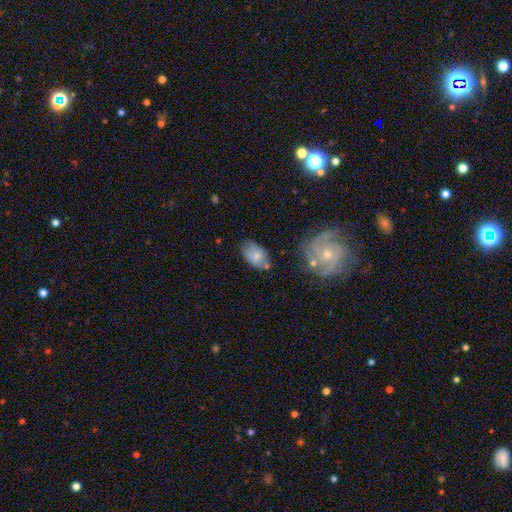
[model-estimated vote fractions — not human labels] Smooth or featured? Predicted: smooth (p=0.67). How rounded? Predicted: in between (p=0.92). Merging? Predicted: none (p=0.63).